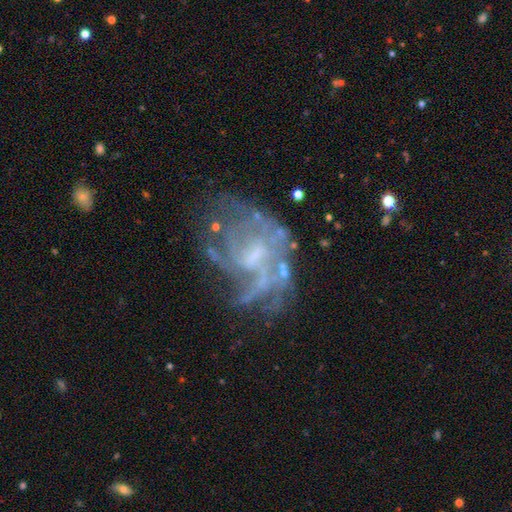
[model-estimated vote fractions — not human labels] Morphology: type=featured or disk (78%); edge-on=no (97%); bar=no (50%); spiral arms=yes (70%); winding=medium (38%); arm count=can't tell (48%); bulge=small (42%); merging=none (45%).